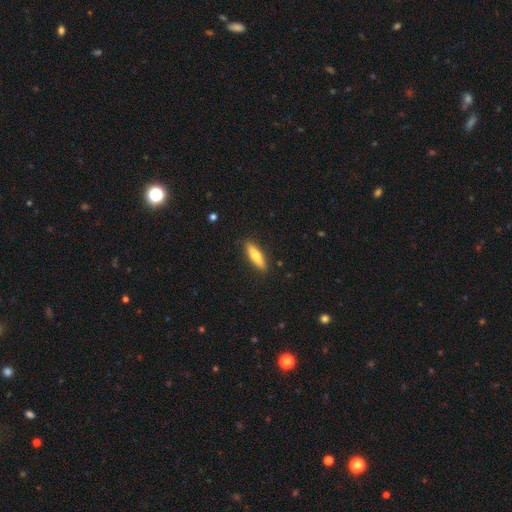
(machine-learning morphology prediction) Smooth or featured? Predicted: smooth (p=0.73). How rounded? Predicted: cigar-shaped (p=0.62). Merging? Predicted: none (p=0.89).